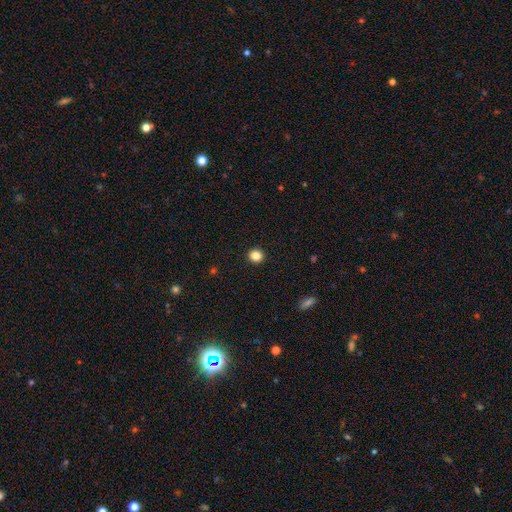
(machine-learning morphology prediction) smooth-or-featured: smooth: 85% | star or artifact: 12% | featured or disk: 4%
  how-rounded: round: 91% | in between: 8% | cigar-shaped: 1%
  merging: none: 93% | minor disturbance: 4% | major disturbance: 2% | merger: 1%